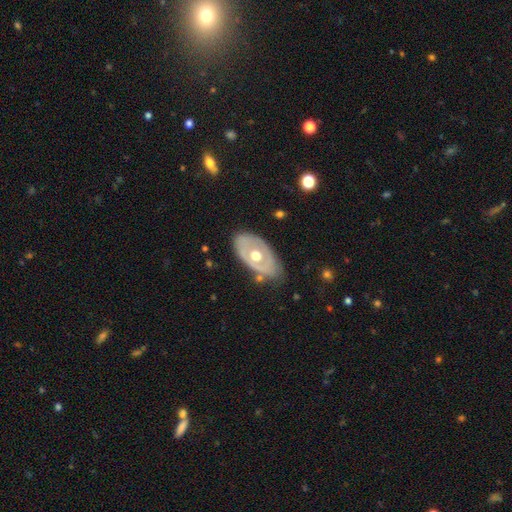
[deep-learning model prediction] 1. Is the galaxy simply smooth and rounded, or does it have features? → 61% featured or disk, 34% smooth, 5% star or artifact.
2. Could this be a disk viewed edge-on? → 89% no, 11% yes.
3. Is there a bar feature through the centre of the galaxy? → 91% no, 7% weak, 2% strong.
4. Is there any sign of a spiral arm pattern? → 85% no, 15% yes.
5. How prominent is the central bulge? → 78% moderate, 13% large, 7% small, 1% dominant, 1% none.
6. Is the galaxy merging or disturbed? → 71% none, 21% minor disturbance, 6% major disturbance, 2% merger.